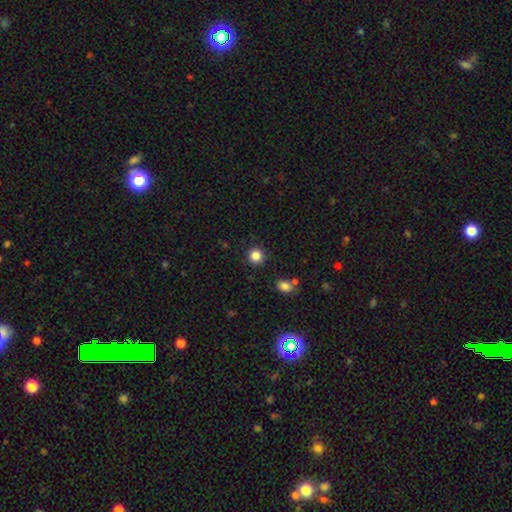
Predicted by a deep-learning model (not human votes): Smooth or featured: smooth — 85% (star or artifact — 11%)
How rounded: round — 93% (in between — 6%)
Merging: none — 90% (minor disturbance — 6%)